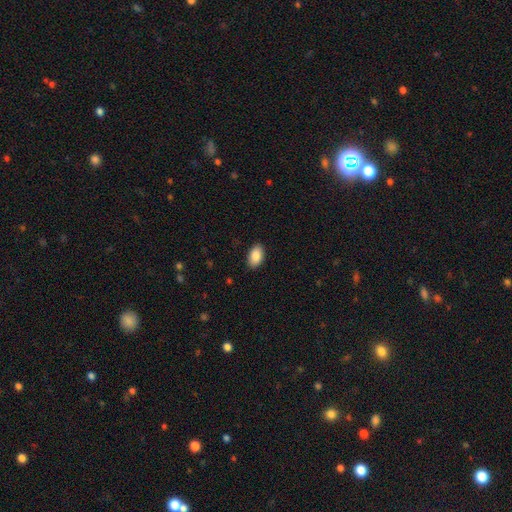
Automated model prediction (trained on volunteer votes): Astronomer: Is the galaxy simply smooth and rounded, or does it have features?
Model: smooth — 88%.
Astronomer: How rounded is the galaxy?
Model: in between — 93%.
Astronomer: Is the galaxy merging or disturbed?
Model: none — 89%.